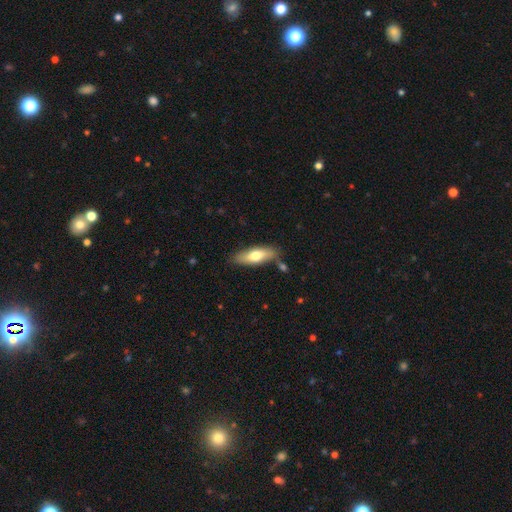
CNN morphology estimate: This is likely a smooth galaxy (66%). How rounded: likely in between (61%). Merging: likely none (76%).